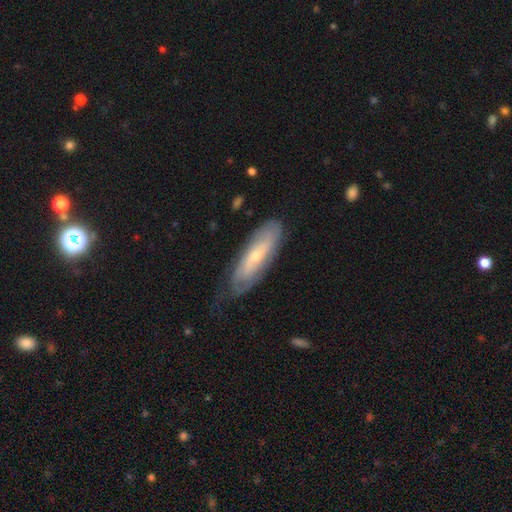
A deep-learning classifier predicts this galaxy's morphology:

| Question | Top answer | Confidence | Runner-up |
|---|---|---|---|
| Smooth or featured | featured or disk | 58% | smooth (36%) |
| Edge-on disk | no | 72% | yes (28%) |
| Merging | none | 63% | minor disturbance (27%) |